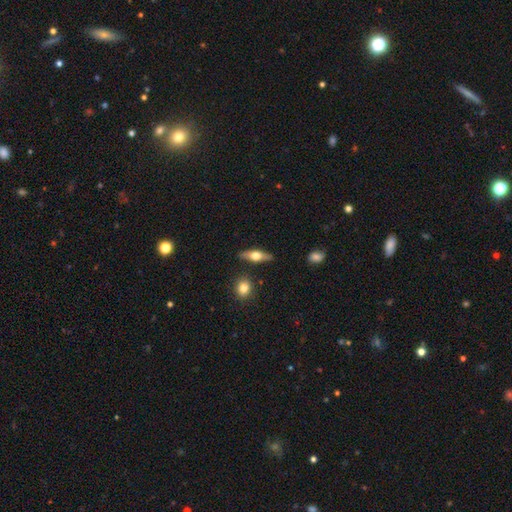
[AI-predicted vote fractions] Smooth or featured: featured or disk — 55% (smooth — 39%)
Edge-on disk: yes — 92% (no — 8%)
Edge-on bulge: rounded — 94% (boxy — 4%)
Merging: none — 84% (minor disturbance — 10%)